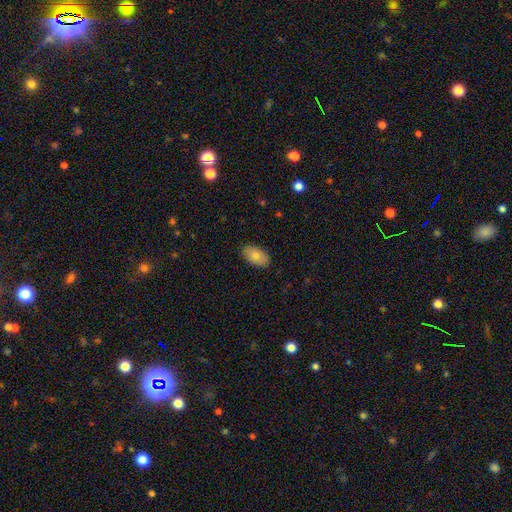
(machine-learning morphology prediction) smooth 74%, featured or disk 19%, star or artifact 7%. Down the decision tree: how rounded — in between (93%); merging — none (87%).